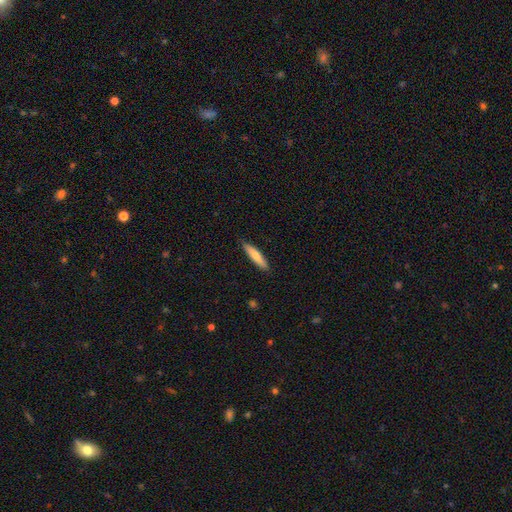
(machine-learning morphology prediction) smooth 69%, featured or disk 26%, star or artifact 5%. Down the decision tree: how rounded — cigar-shaped (81%); merging — none (88%).